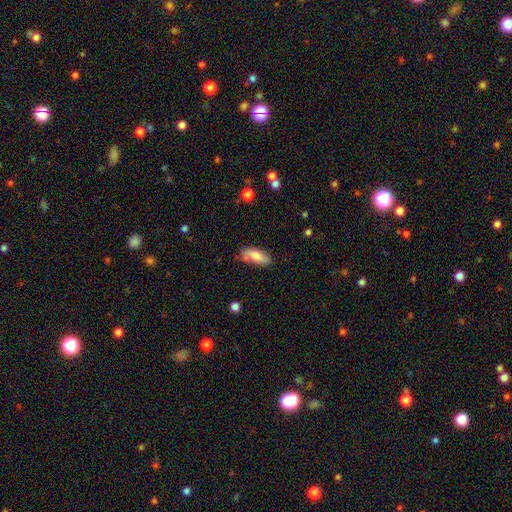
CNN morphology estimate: type=smooth (72%); roundness=in between (82%); merging=none (64%).